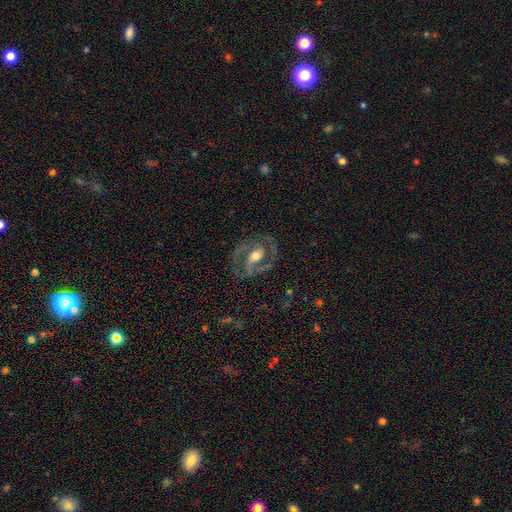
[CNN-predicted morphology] A featured or disk galaxy (85%) with a weak bar (39%), 2 (83%) medium (55%) spiral arms (93%) and a moderate central bulge (67%). Merging: none (73%).